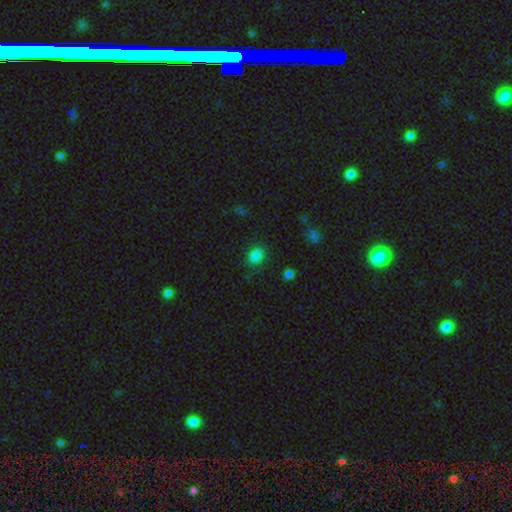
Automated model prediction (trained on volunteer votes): A smooth galaxy with no disk features (82%) that is in between round and cigar-shaped (54%).

Vote fractions:
- Smooth or featured? smooth: 82% / star or artifact: 13% / featured or disk: 4%
- How rounded? in between: 54% / round: 45% / cigar-shaped: 1%
- Merging? none: 82% / minor disturbance: 12% / major disturbance: 4% / merger: 2%